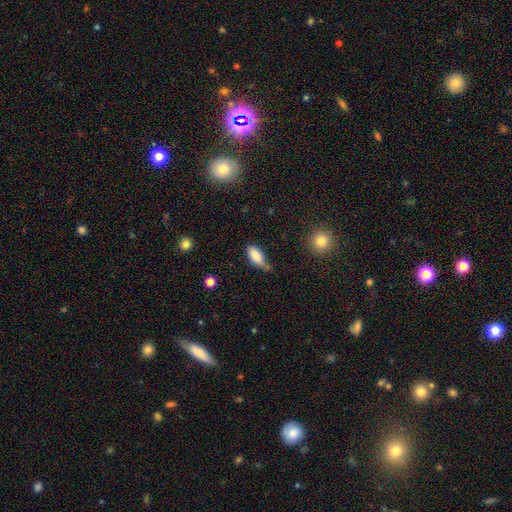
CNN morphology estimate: Smooth or featured?
  - smooth: 84% *
  - featured or disk: 9%
  - star or artifact: 7%
How rounded?
  - in between: 87% *
  - cigar-shaped: 10%
  - round: 3%
Merging?
  - none: 44% *
  - minor disturbance: 37%
  - major disturbance: 11%
  - merger: 8%